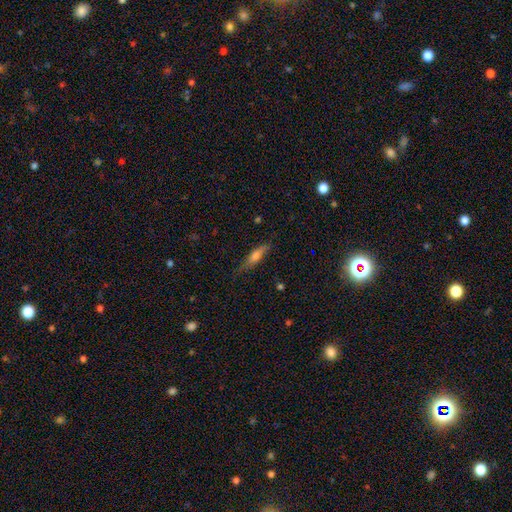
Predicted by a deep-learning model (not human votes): Smooth or featured? smooth (61%)
How rounded? cigar-shaped (65%)
Merging? none (69%)